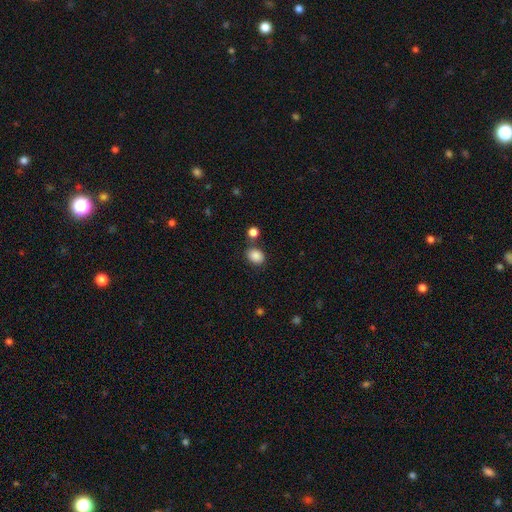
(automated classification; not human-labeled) Q: Smooth or featured?
A: smooth (87%); runner-up: star or artifact (10%)
Q: How rounded?
A: in between (55%); runner-up: round (44%)
Q: Merging?
A: none (75%); runner-up: minor disturbance (11%)